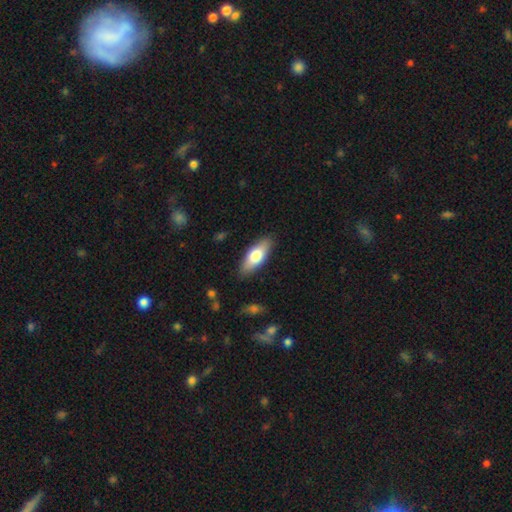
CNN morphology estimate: Smooth or featured: smooth — 71% (featured or disk — 23%)
How rounded: in between — 73% (cigar-shaped — 25%)
Merging: none — 87% (minor disturbance — 10%)